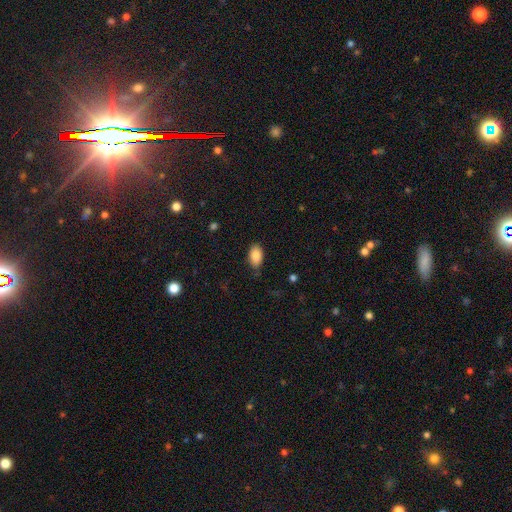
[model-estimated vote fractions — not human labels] Smooth or featured: smooth — 88% (star or artifact — 7%)
How rounded: in between — 93% (round — 6%)
Merging: none — 80% (minor disturbance — 16%)